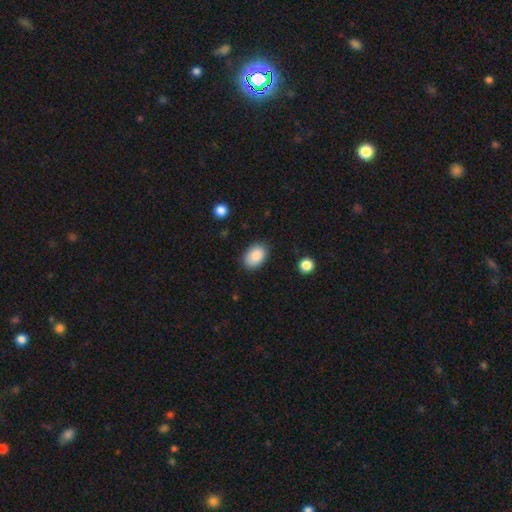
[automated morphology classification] Smooth or featured?
  - smooth: 87% *
  - star or artifact: 7%
  - featured or disk: 6%
How rounded?
  - in between: 86% *
  - round: 13%
  - cigar-shaped: 1%
Merging?
  - none: 85% *
  - minor disturbance: 11%
  - major disturbance: 3%
  - merger: 1%